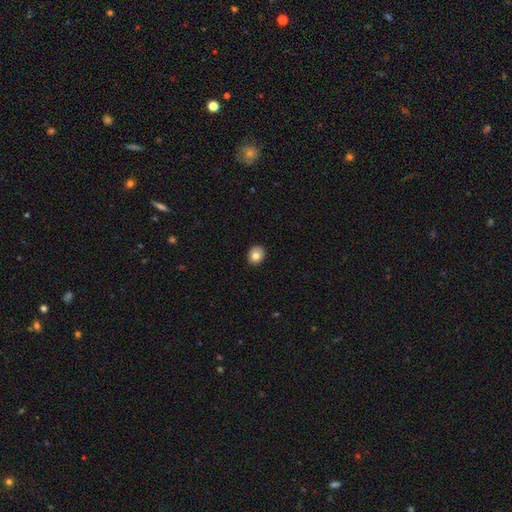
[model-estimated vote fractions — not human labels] Smooth or featured?
  - smooth: 80% *
  - featured or disk: 11%
  - star or artifact: 9%
How rounded?
  - round: 72% *
  - in between: 27%
  - cigar-shaped: 1%
Merging?
  - none: 90% *
  - minor disturbance: 7%
  - major disturbance: 2%
  - merger: 1%